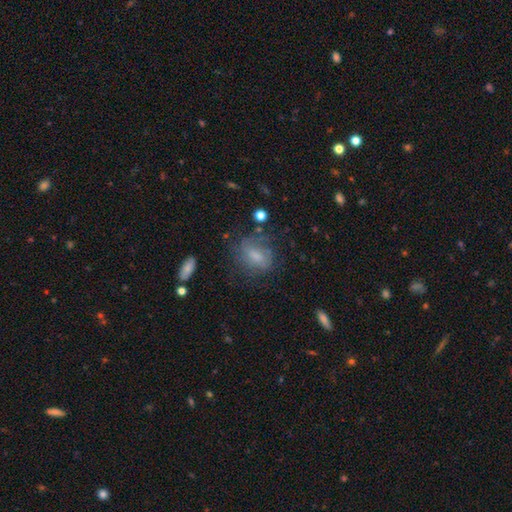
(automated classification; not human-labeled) Morphology: type=smooth (51%); roundness=in between (69%); merging=none (55%).